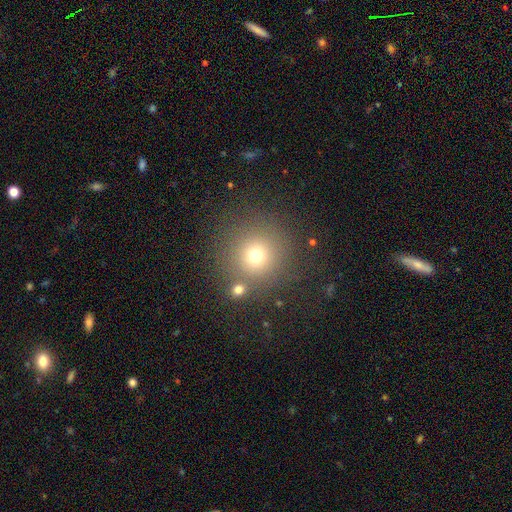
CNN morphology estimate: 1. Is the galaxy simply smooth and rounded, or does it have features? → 70% smooth, 20% star or artifact, 10% featured or disk.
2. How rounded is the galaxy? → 94% round, 5% in between, 1% cigar-shaped.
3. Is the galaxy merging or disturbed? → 78% none, 9% merger, 8% minor disturbance, 5% major disturbance.